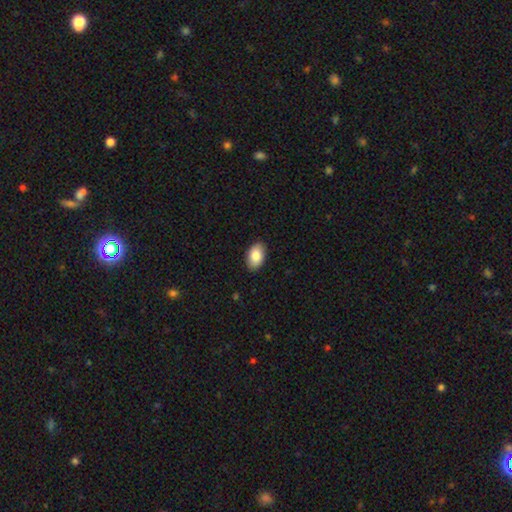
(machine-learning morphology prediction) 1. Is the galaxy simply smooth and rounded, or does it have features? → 85% smooth, 8% featured or disk, 6% star or artifact.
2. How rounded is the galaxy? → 92% in between, 7% round, 1% cigar-shaped.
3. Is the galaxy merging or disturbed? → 89% none, 8% minor disturbance, 2% major disturbance, 1% merger.